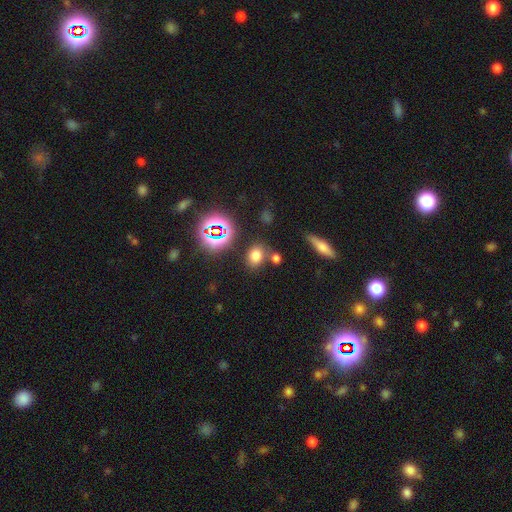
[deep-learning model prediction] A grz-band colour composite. It shows a smooth galaxy with no disk features (71%) that is in between round and cigar-shaped (64%). Merging: none (72%).